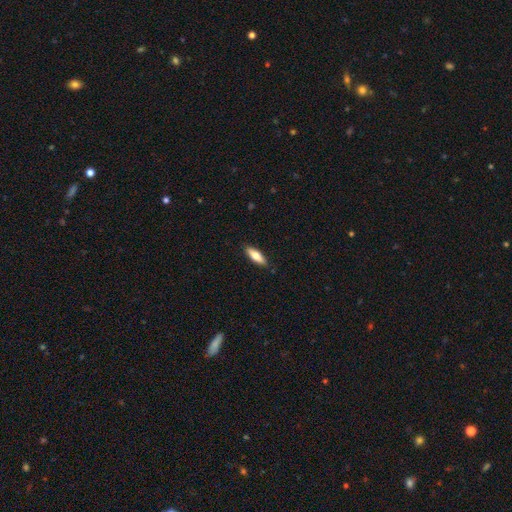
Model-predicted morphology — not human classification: Smooth or featured? Predicted: smooth (p=0.70). How rounded? Predicted: in between (p=0.56). Merging? Predicted: none (p=0.88).